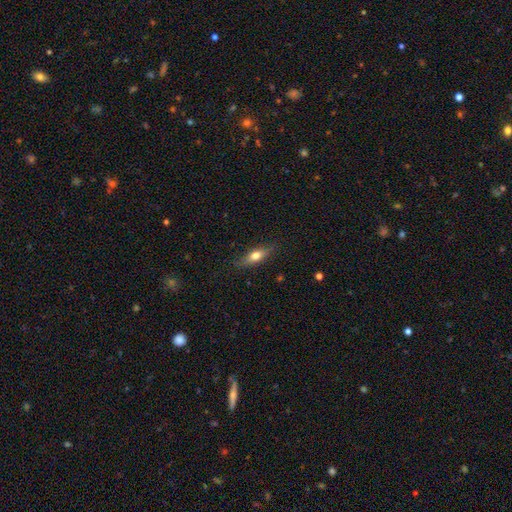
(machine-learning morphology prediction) This appears to be a smooth galaxy with no disk features (61%) that is in between round and cigar-shaped (55%). Merging: none (81%).